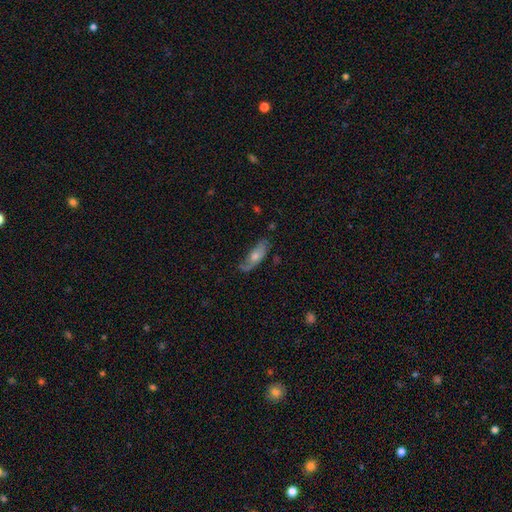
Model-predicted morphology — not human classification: Overall: smooth (47%; featured or disk 46%). Merging: none (55%; minor disturbance 28%).